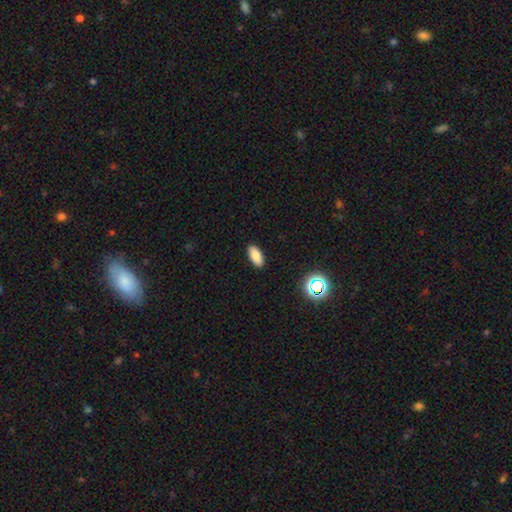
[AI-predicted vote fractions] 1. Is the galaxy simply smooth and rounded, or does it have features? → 83% smooth, 10% star or artifact, 6% featured or disk.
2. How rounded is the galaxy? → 90% in between, 8% cigar-shaped, 3% round.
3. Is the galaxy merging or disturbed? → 90% none, 7% minor disturbance, 2% major disturbance, 1% merger.